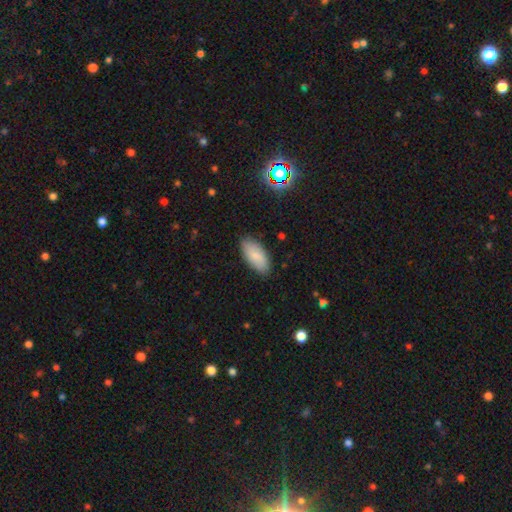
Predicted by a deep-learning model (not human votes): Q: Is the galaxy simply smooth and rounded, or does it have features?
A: smooth — 84%.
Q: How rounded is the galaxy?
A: in between — 90%.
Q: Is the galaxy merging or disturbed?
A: none — 84%.